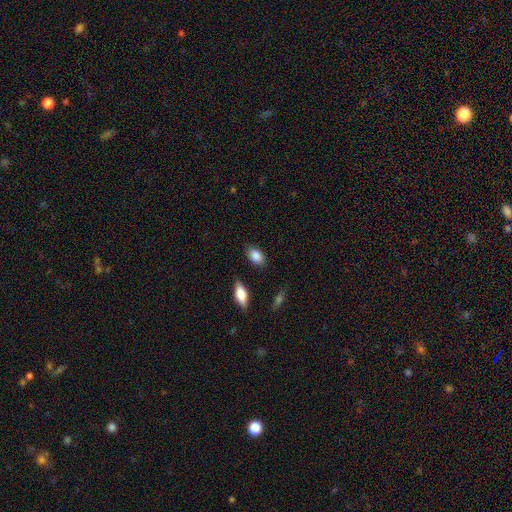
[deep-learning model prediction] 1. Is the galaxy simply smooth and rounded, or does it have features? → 87% smooth, 7% star or artifact, 6% featured or disk.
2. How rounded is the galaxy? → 87% in between, 10% round, 2% cigar-shaped.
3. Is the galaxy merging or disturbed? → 80% none, 14% minor disturbance, 3% major disturbance, 2% merger.